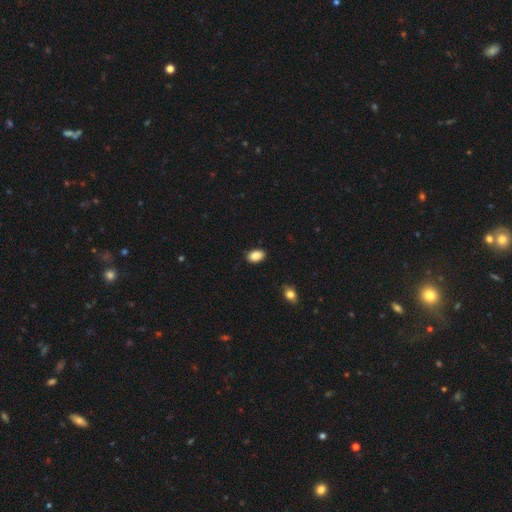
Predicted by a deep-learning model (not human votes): This is clearly a smooth galaxy (87%). How rounded: clearly in between (86%). Merging: clearly none (86%).